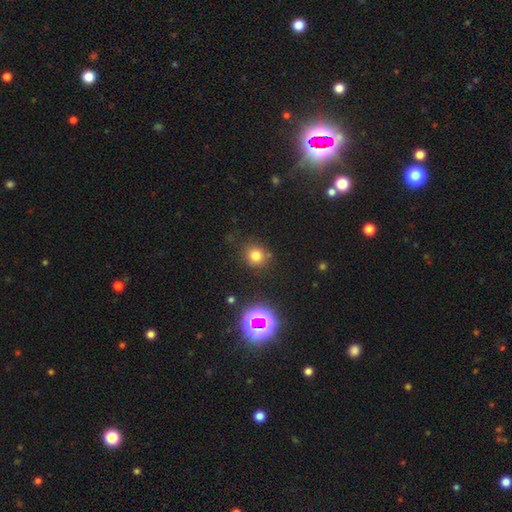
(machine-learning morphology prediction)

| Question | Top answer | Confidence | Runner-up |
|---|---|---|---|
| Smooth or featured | smooth | 74% | star or artifact (19%) |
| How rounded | round | 89% | in between (10%) |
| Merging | none | 82% | minor disturbance (10%) |